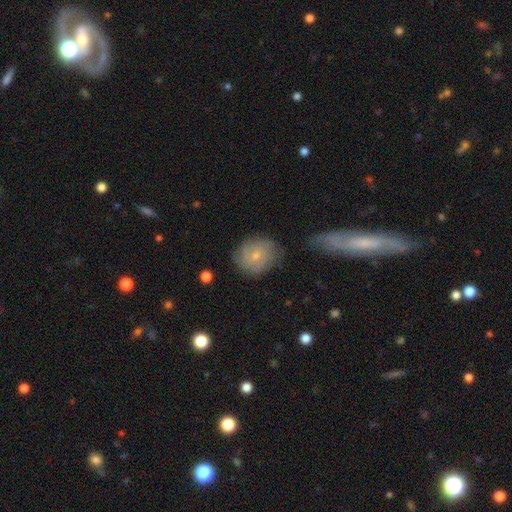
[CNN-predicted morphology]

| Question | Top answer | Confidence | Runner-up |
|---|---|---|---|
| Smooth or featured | featured or disk | 50% | smooth (42%) |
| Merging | none | 69% | minor disturbance (21%) |